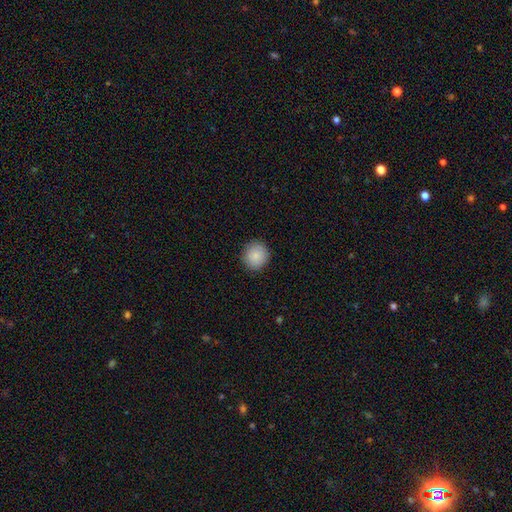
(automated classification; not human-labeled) Morphology: type=smooth (88%); roundness=round (92%); merging=none (91%).